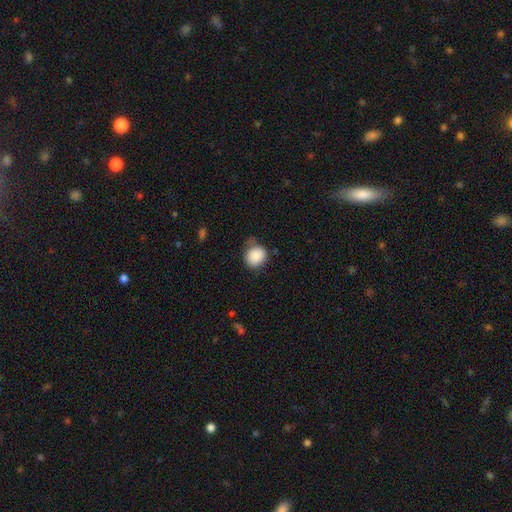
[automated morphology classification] This appears to be a smooth galaxy with no disk features (86%) that is round (77%). Merging: none (57%).